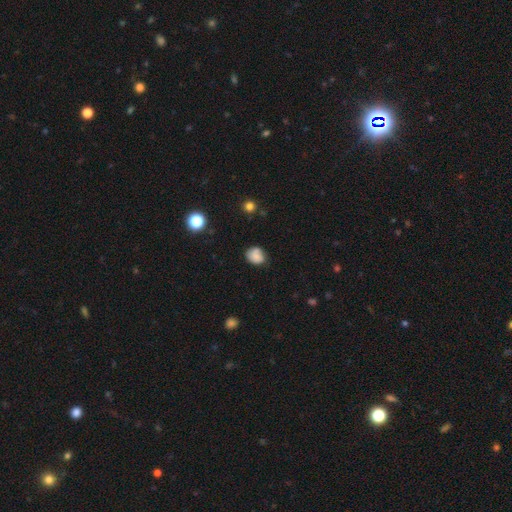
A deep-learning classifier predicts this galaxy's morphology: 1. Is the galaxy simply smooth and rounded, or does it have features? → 78% smooth, 11% featured or disk, 10% star or artifact.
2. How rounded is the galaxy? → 59% round, 40% in between, 1% cigar-shaped.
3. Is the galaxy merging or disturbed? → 62% none, 25% minor disturbance, 7% merger, 6% major disturbance.